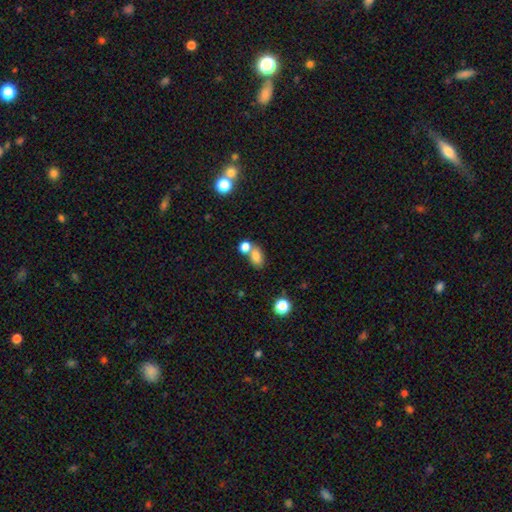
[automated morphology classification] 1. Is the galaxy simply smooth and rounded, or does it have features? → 80% smooth, 11% star or artifact, 9% featured or disk.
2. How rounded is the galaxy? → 76% in between, 22% round, 2% cigar-shaped.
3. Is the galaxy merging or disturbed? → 43% none, 42% merger, 10% minor disturbance, 4% major disturbance.